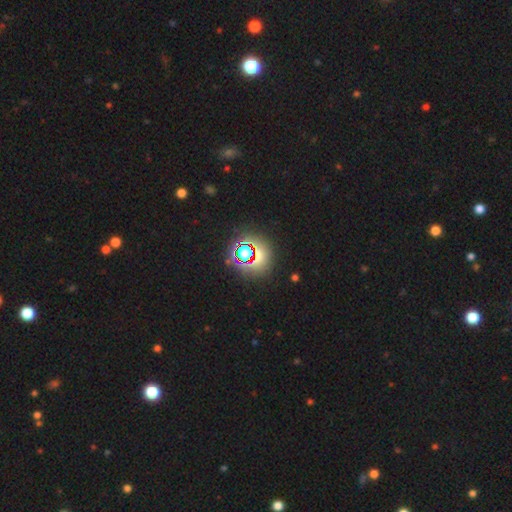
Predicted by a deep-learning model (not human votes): smooth-or-featured: star or artifact: 67% | smooth: 23% | featured or disk: 10%